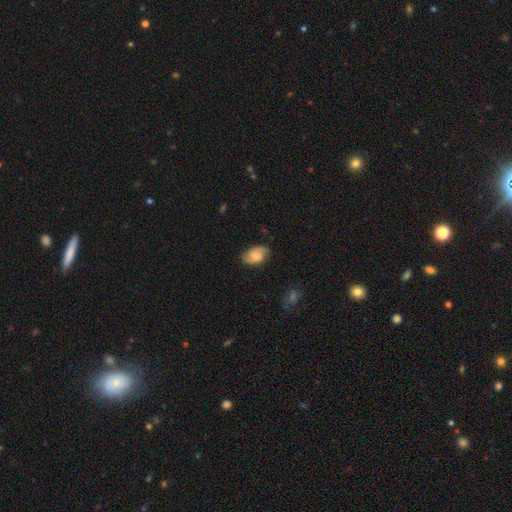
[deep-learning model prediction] This is possibly a smooth galaxy (53%). How rounded: clearly in between (89%). Merging: likely none (75%).